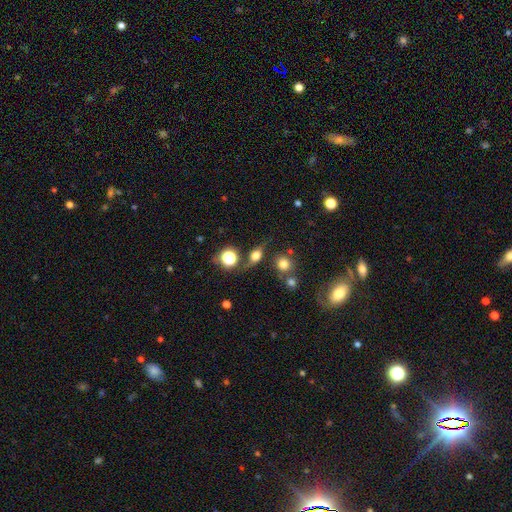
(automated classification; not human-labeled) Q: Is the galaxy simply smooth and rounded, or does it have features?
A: smooth — 59%.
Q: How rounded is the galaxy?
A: in between — 49%.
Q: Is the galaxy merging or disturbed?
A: none — 64%.